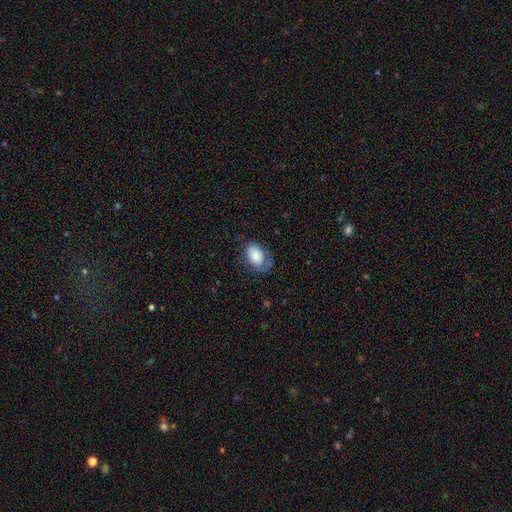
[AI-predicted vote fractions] Smooth or featured? Predicted: smooth (p=0.73). How rounded? Predicted: in between (p=0.86). Merging? Predicted: none (p=0.53).